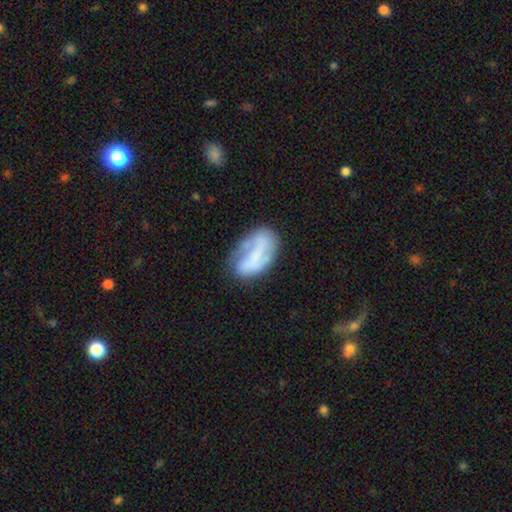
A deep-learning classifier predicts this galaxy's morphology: Overall: featured or disk (46%; smooth 45%). Merging: none (46%; minor disturbance 28%).